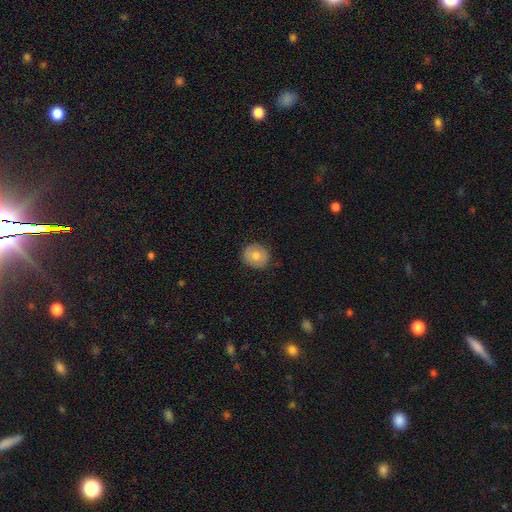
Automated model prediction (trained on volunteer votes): smooth 71%, featured or disk 21%, star or artifact 8%. Down the decision tree: how rounded — round (79%); merging — none (87%).